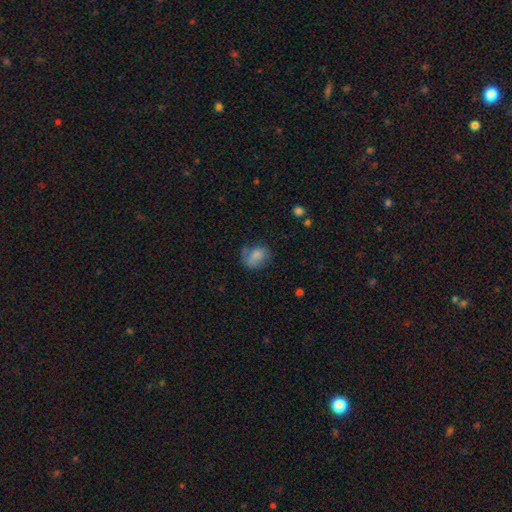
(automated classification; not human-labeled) This is likely a smooth galaxy (69%). How rounded: likely in between (61%). Merging: possibly none (47%).